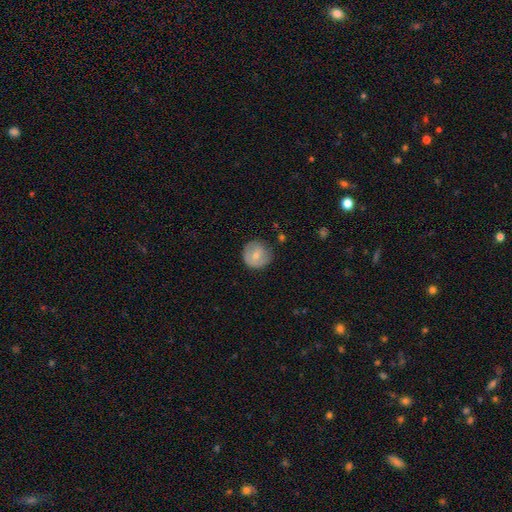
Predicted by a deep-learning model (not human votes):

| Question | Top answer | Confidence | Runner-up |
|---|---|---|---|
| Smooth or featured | smooth | 65% | featured or disk (28%) |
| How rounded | round | 92% | in between (7%) |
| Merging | none | 76% | minor disturbance (17%) |